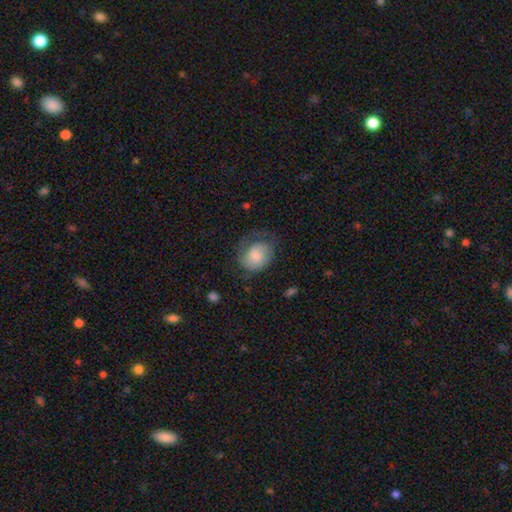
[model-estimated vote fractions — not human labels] smooth-or-featured: smooth: 66% | featured or disk: 27% | star or artifact: 7%
  how-rounded: round: 52% | in between: 47% | cigar-shaped: 1%
  merging: none: 45% | minor disturbance: 28% | major disturbance: 25% | merger: 2%